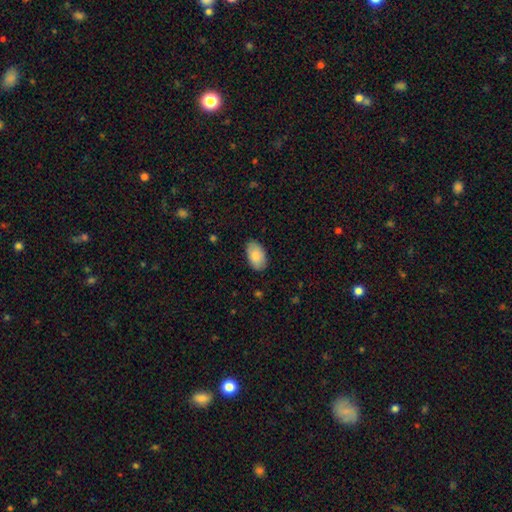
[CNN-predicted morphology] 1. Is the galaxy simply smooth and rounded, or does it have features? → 84% smooth, 10% featured or disk, 6% star or artifact.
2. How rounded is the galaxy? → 94% in between, 5% round, 1% cigar-shaped.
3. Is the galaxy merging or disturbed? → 84% none, 13% minor disturbance, 2% major disturbance, 1% merger.